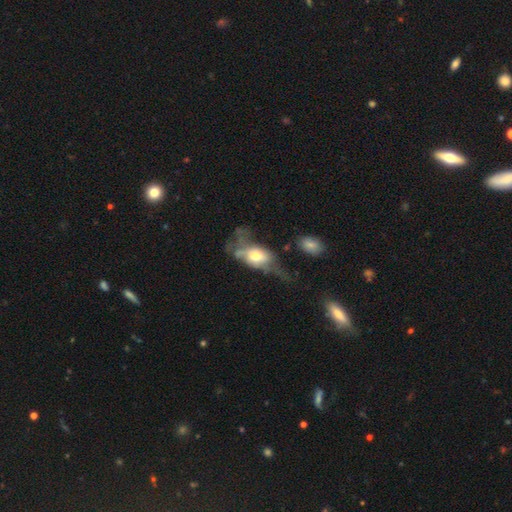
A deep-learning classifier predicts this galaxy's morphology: type=featured or disk (46%); merging=major disturbance (52%).